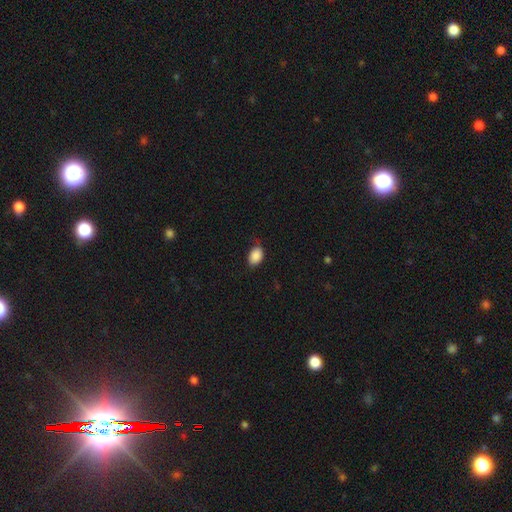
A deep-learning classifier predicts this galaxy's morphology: Smooth or featured?
  - smooth: 88% *
  - star or artifact: 8%
  - featured or disk: 4%
How rounded?
  - in between: 85% *
  - round: 14%
  - cigar-shaped: 1%
Merging?
  - none: 73% *
  - minor disturbance: 22%
  - major disturbance: 4%
  - merger: 1%